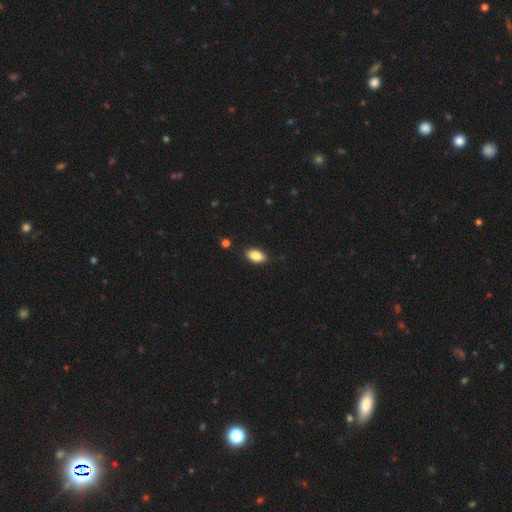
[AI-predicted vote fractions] A smooth galaxy with no disk features (86%) that is in between round and cigar-shaped (92%).

Vote fractions:
- Smooth or featured? smooth: 86% / star or artifact: 7% / featured or disk: 6%
- How rounded? in between: 92% / round: 4% / cigar-shaped: 4%
- Merging? none: 86% / minor disturbance: 10% / major disturbance: 2% / merger: 1%